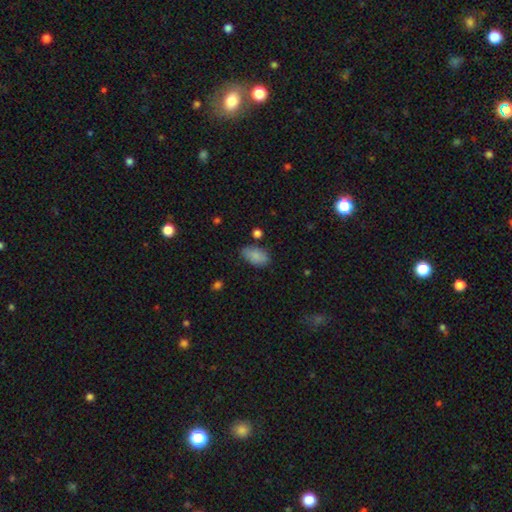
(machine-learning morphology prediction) A smooth galaxy with no disk features (86%) that is in between round and cigar-shaped (93%). Merging: none (74%).